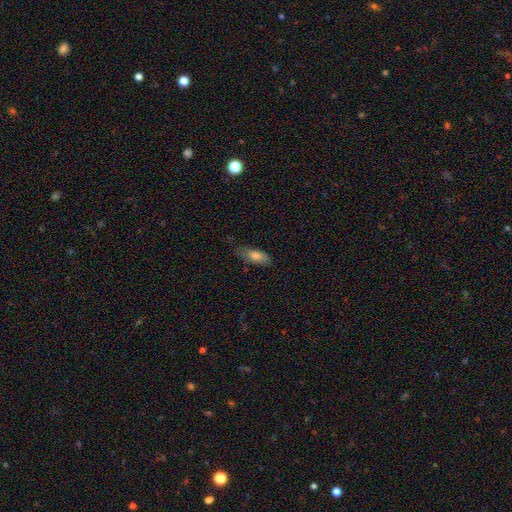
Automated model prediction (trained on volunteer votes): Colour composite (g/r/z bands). It shows a smooth galaxy with no disk features (75%) that is in between round and cigar-shaped (75%). Merging: none (63%).